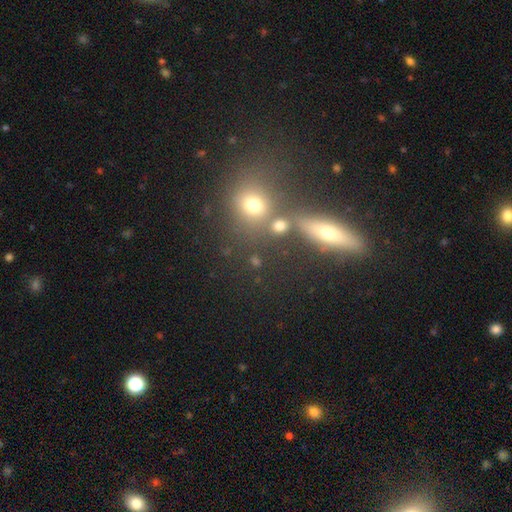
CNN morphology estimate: smooth 47%, featured or disk 29%, star or artifact 24%. Down the decision tree: merging — none (58%).